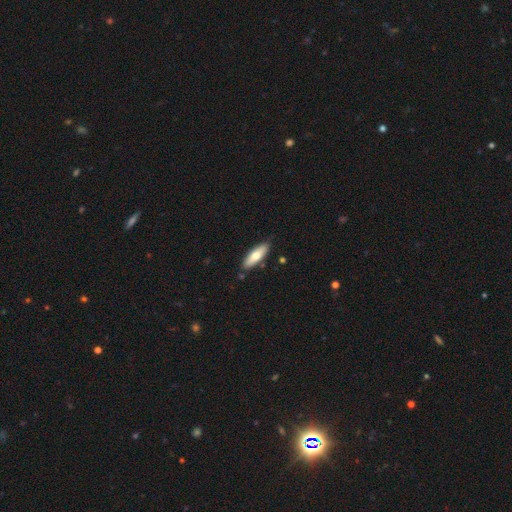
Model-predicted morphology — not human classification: A smooth galaxy with no disk features (66%) that is in between round and cigar-shaped (52%).

Vote fractions:
- Smooth or featured? smooth: 66% / featured or disk: 28% / star or artifact: 6%
- How rounded? in between: 52% / cigar-shaped: 46% / round: 2%
- Merging? none: 85% / minor disturbance: 11% / merger: 2% / major disturbance: 2%